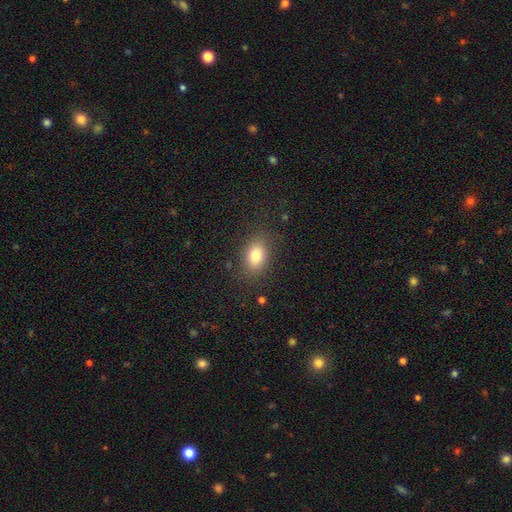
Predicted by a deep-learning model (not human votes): Smooth or featured? smooth (80%)
How rounded? in between (78%)
Merging? none (82%)